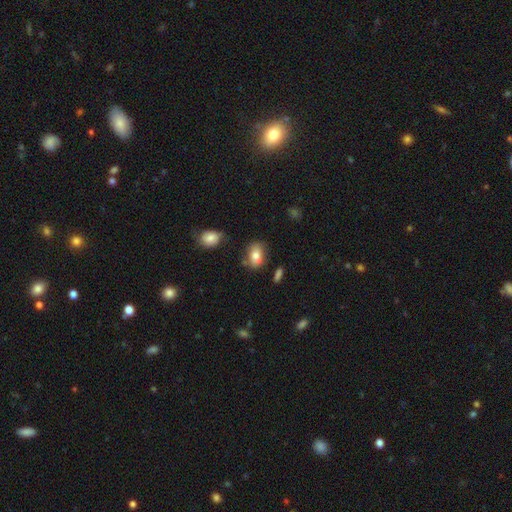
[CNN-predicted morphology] Smooth or featured? smooth (79%)
How rounded? in between (82%)
Merging? none (71%)